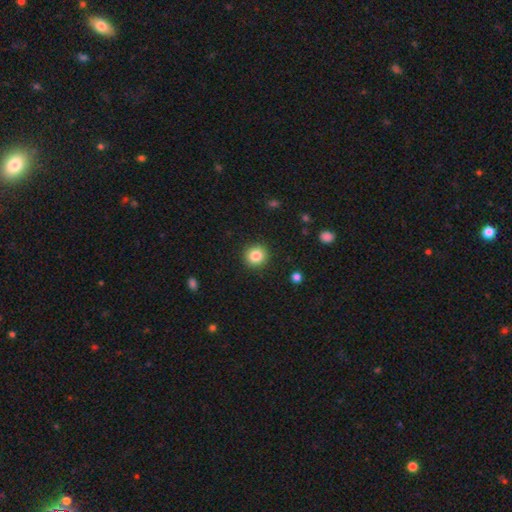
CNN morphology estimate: smooth 84%, star or artifact 10%, featured or disk 6%. Down the decision tree: how rounded — round (92%); merging — none (92%).